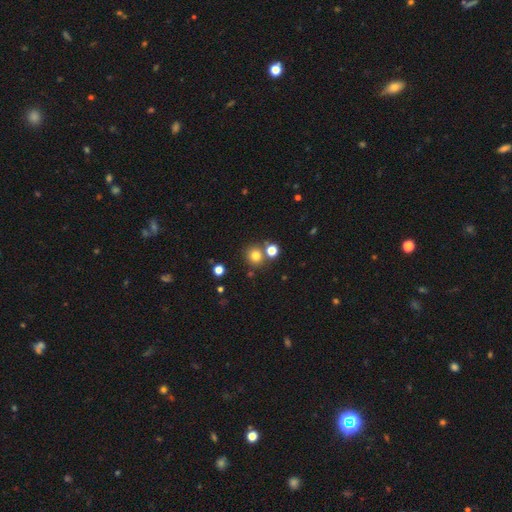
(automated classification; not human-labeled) A smooth galaxy with no disk features (77%) that is round (90%). Merging: none (75%).